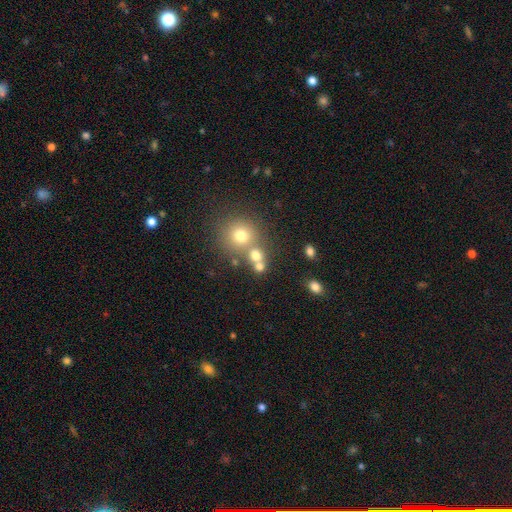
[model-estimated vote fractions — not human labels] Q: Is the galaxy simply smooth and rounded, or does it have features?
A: smooth — 70%.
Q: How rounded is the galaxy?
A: round — 81%.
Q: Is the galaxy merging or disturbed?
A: none — 47%.